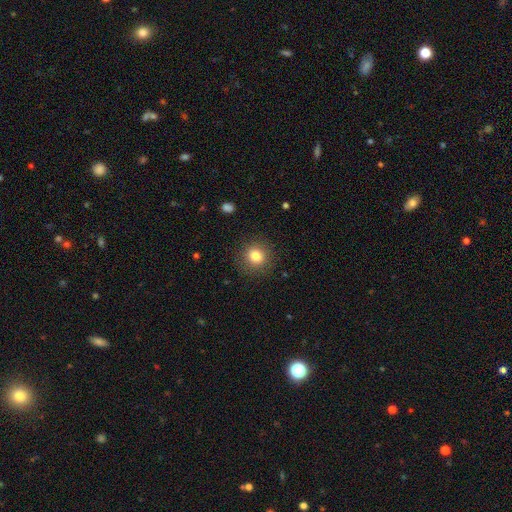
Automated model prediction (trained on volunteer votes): Smooth or featured? smooth (81%)
How rounded? round (90%)
Merging? none (89%)